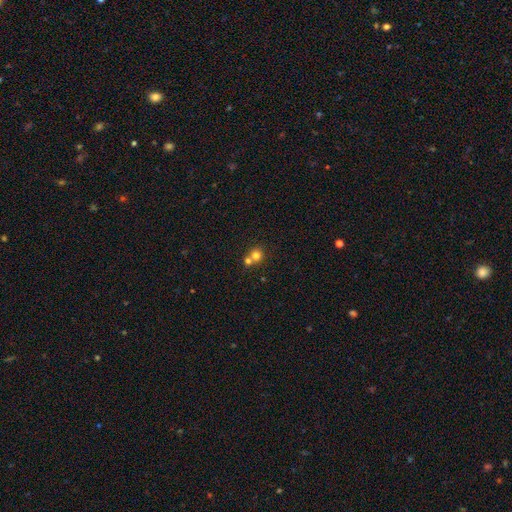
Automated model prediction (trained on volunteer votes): smooth 76%, star or artifact 13%, featured or disk 11%. Down the decision tree: how rounded — round (88%); merging — merger (49%).